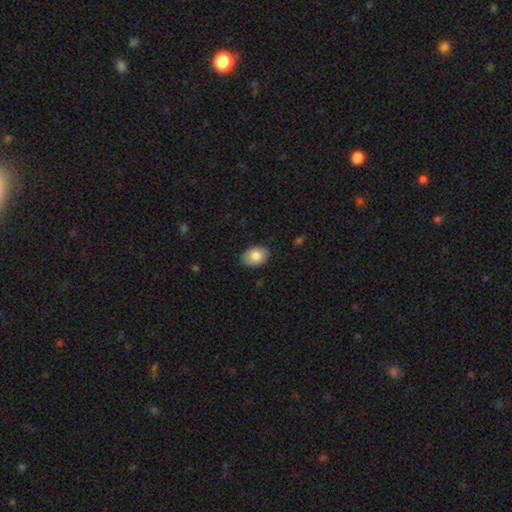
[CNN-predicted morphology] Q: Smooth or featured?
A: smooth (83%); runner-up: featured or disk (10%)
Q: How rounded?
A: in between (82%); runner-up: round (17%)
Q: Merging?
A: none (87%); runner-up: minor disturbance (10%)